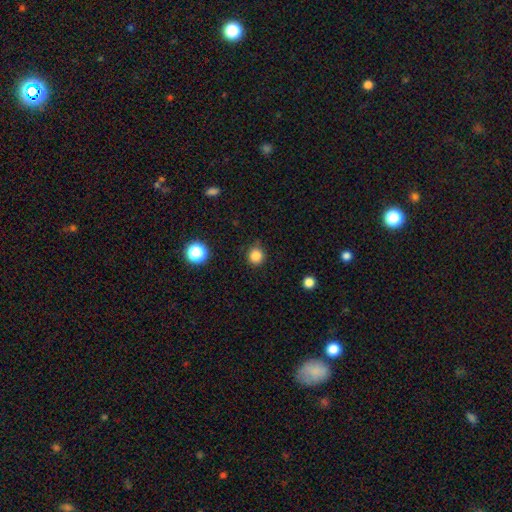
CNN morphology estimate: This is clearly a smooth galaxy (83%). How rounded: clearly round (91%). Merging: clearly none (84%).